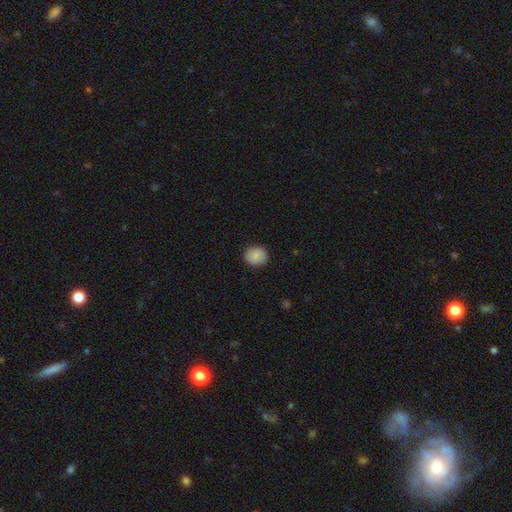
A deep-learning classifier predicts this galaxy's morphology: smooth 87%, star or artifact 7%, featured or disk 5%. Down the decision tree: how rounded — round (78%); merging — none (89%).